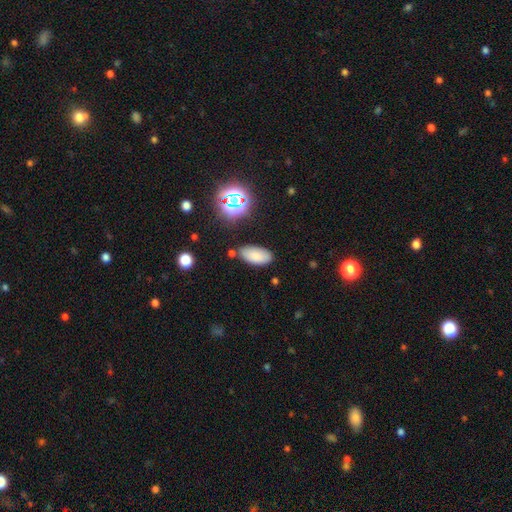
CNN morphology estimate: Q: Smooth or featured?
A: smooth (81%); runner-up: star or artifact (11%)
Q: How rounded?
A: in between (93%); runner-up: cigar-shaped (5%)
Q: Merging?
A: none (79%); runner-up: minor disturbance (13%)